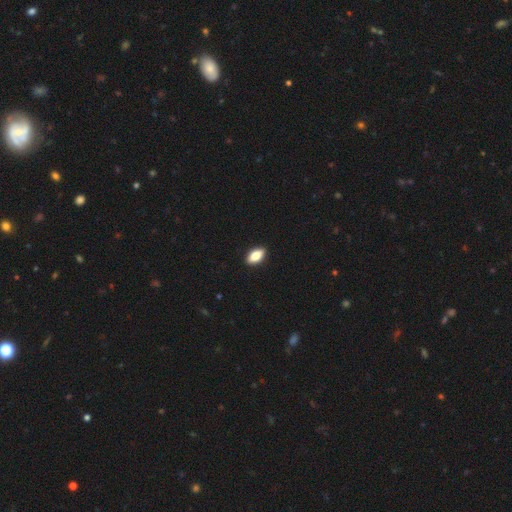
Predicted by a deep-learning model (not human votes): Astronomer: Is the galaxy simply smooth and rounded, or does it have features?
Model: smooth — 82%.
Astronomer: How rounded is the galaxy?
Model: in between — 90%.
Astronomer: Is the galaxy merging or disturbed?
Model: none — 90%.